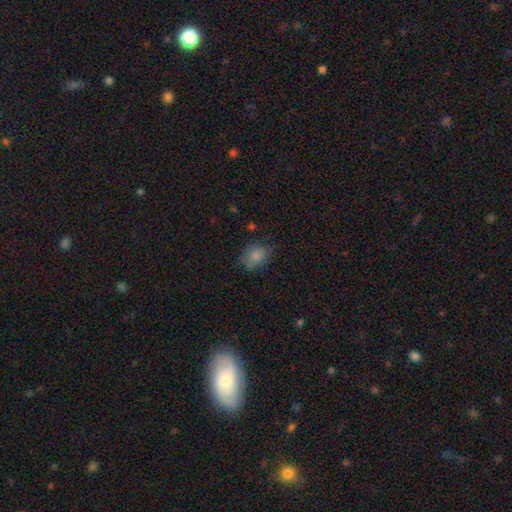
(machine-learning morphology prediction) smooth-or-featured: smooth: 79% | star or artifact: 11% | featured or disk: 10%
  how-rounded: in between: 60% | round: 38% | cigar-shaped: 1%
  merging: none: 62% | minor disturbance: 26% | major disturbance: 10% | merger: 3%